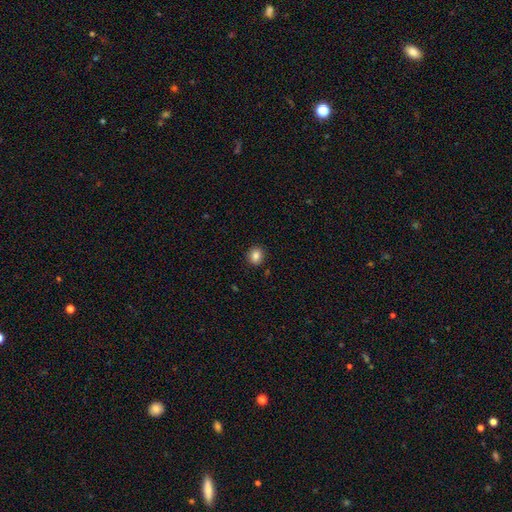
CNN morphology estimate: A smooth galaxy with no disk features (85%) that is round (70%).

Vote fractions:
- Smooth or featured? smooth: 85% / star or artifact: 10% / featured or disk: 5%
- How rounded? round: 70% / in between: 29% / cigar-shaped: 1%
- Merging? none: 90% / minor disturbance: 7% / major disturbance: 2% / merger: 1%